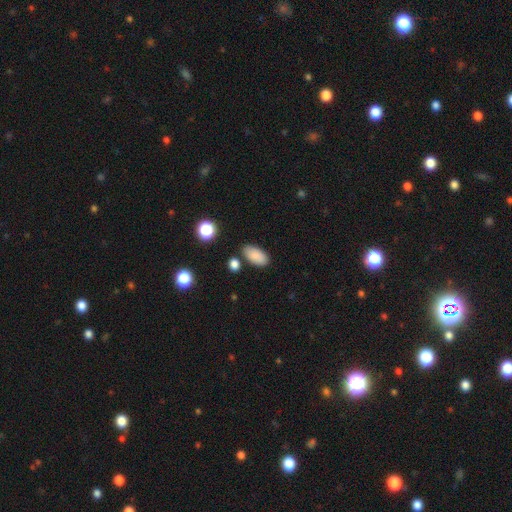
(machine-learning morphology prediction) A smooth galaxy with no disk features (87%) that is in between round and cigar-shaped (93%). Merging: none (80%).